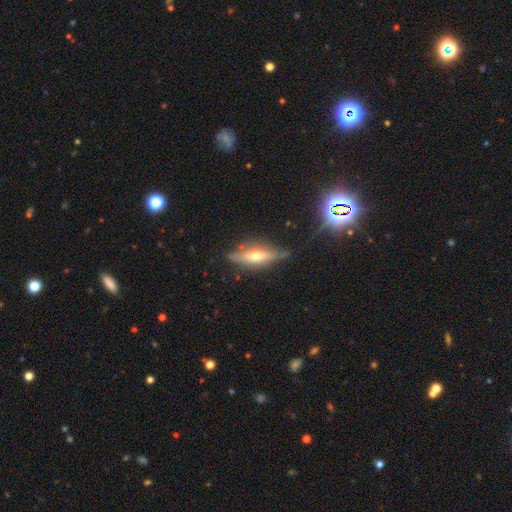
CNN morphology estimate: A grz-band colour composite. It shows a featured or disk galaxy (58%) viewed edge-on (85%). Merging: none (73%).